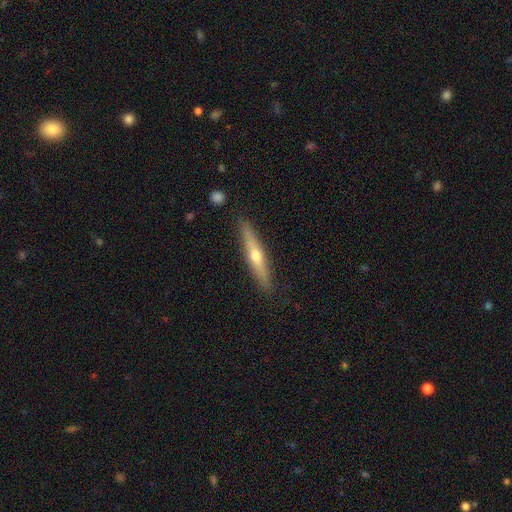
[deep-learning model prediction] Smooth or featured? featured or disk (59%)
Edge-on disk? yes (93%)
Edge-on bulge? rounded (87%)
Merging? none (88%)